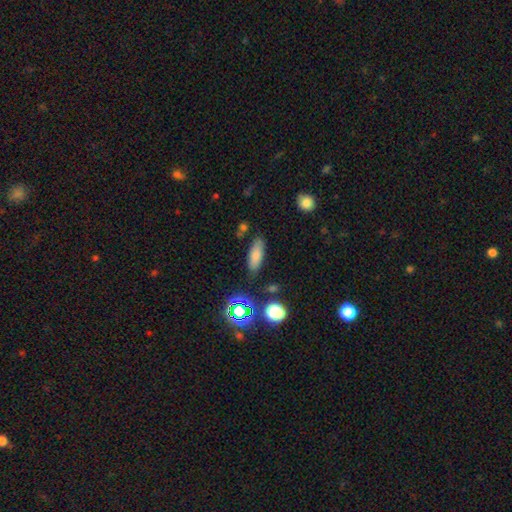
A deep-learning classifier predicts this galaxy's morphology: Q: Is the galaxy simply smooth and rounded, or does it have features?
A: smooth — 76%.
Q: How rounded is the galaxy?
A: in between — 67%.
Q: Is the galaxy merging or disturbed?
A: none — 80%.